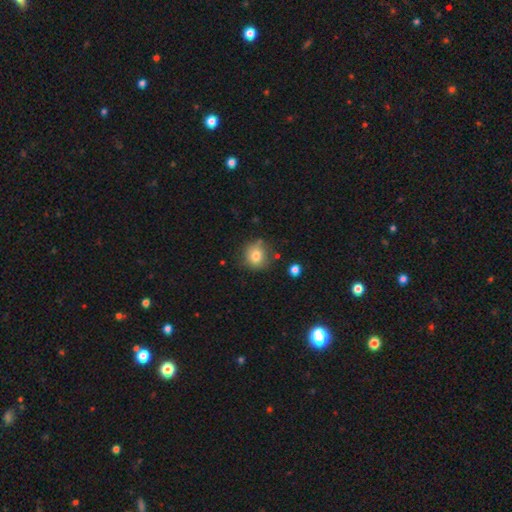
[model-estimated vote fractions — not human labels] A smooth galaxy with no disk features (81%) that is round (84%).

Vote fractions:
- Smooth or featured? smooth: 81% / star or artifact: 10% / featured or disk: 9%
- How rounded? round: 84% / in between: 15% / cigar-shaped: 1%
- Merging? none: 76% / minor disturbance: 17% / major disturbance: 4% / merger: 4%